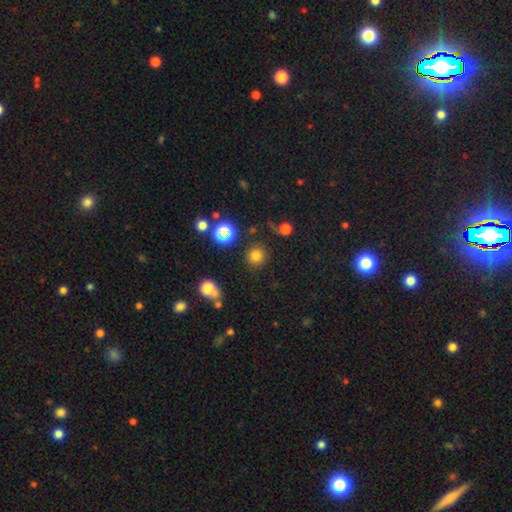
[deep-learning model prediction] smooth 75%, star or artifact 19%, featured or disk 6%. Down the decision tree: how rounded — round (91%); merging — none (83%).